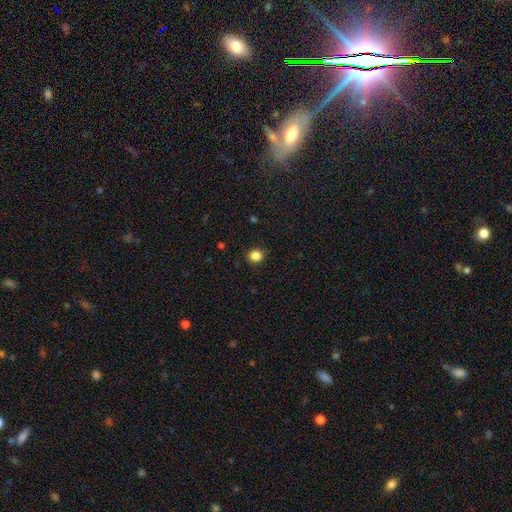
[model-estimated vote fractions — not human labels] A smooth galaxy with no disk features (85%) that is round (83%). Merging: none (91%).